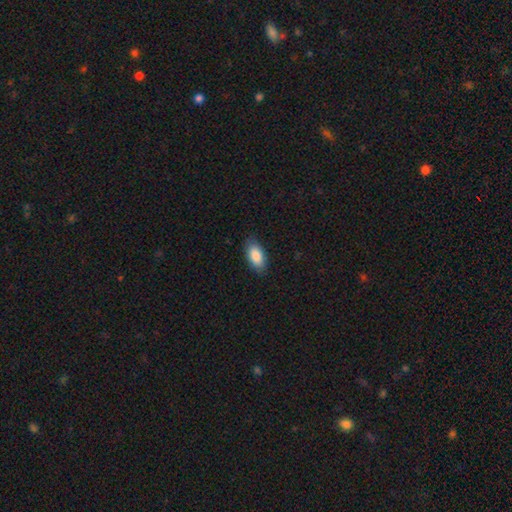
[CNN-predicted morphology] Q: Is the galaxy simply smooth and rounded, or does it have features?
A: smooth — 88%.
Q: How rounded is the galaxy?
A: in between — 93%.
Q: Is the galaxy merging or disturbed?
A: none — 84%.